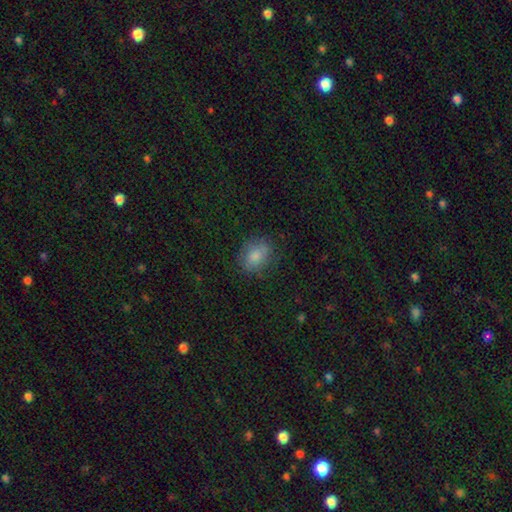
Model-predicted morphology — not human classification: Smooth or featured? Predicted: smooth (p=0.79). How rounded? Predicted: in between (p=0.58). Merging? Predicted: none (p=0.75).